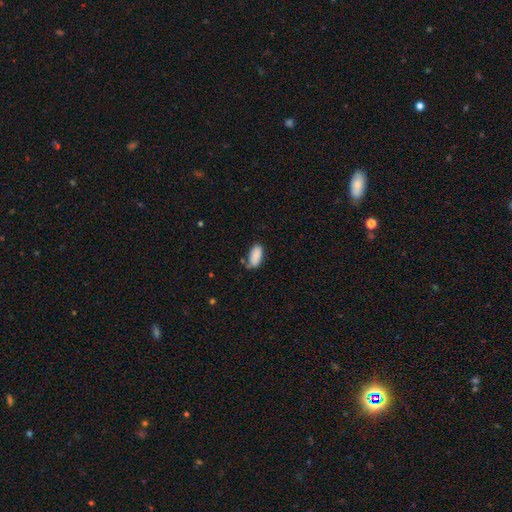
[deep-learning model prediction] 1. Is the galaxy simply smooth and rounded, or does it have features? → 87% smooth, 7% star or artifact, 6% featured or disk.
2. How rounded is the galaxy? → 91% in between, 7% cigar-shaped, 2% round.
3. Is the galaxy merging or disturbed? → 67% none, 22% minor disturbance, 6% merger, 4% major disturbance.